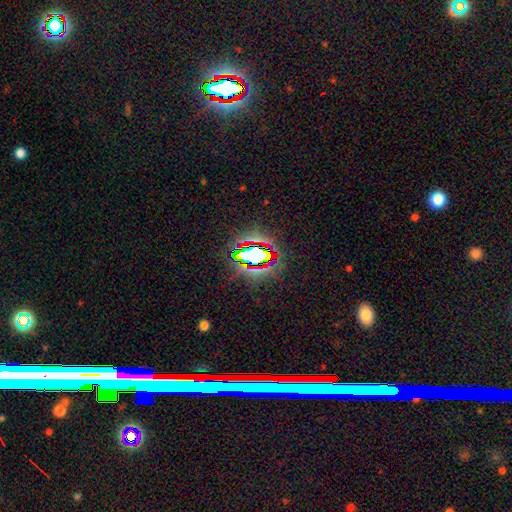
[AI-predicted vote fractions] This is likely a star or artifact rather than a galaxy (62%).